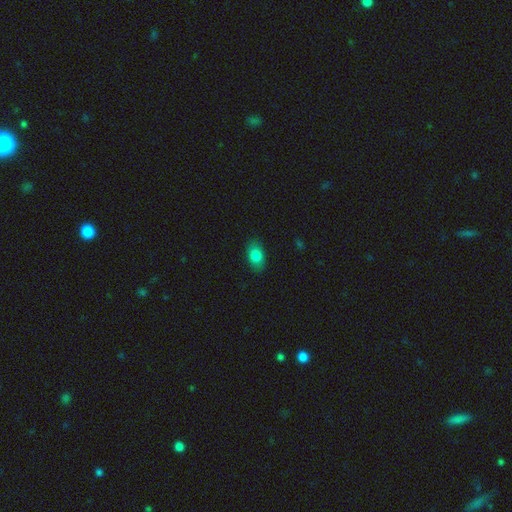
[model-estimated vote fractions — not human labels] This appears to be a smooth galaxy with no disk features (82%) that is in between round and cigar-shaped (88%). Merging: none (86%).